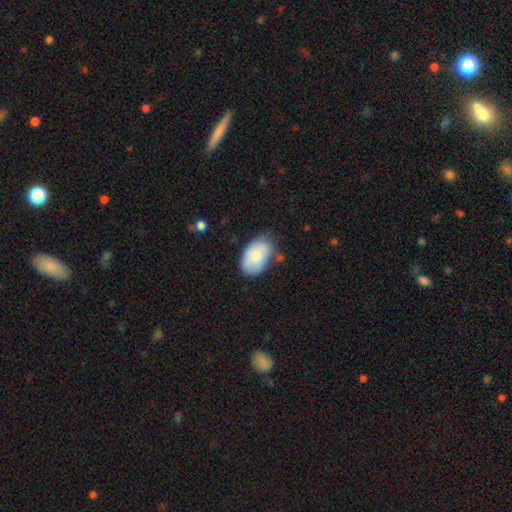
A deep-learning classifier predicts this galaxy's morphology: The model was most divided on "merging": none: 61%, minor disturbance: 29%, major disturbance: 6%, merger: 4%. More confident: how rounded — in between (92%); smooth or featured — smooth (74%).